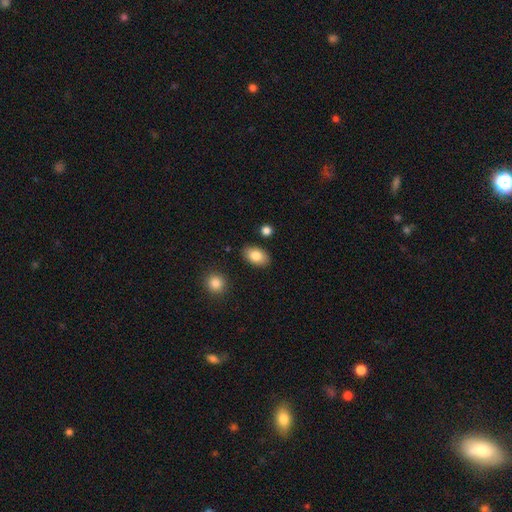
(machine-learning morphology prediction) Smooth or featured? smooth (83%)
How rounded? in between (90%)
Merging? none (86%)